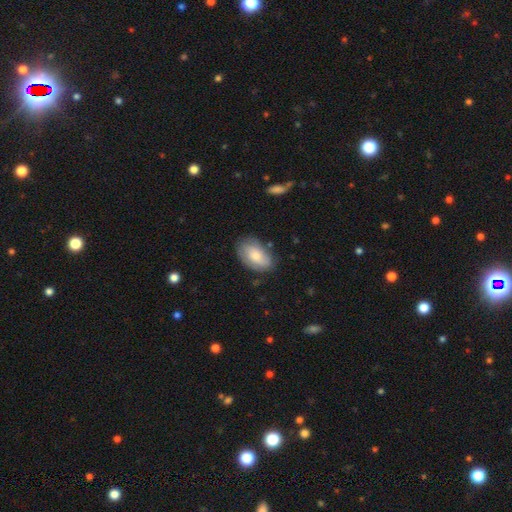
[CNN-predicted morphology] Smooth or featured? smooth (71%)
How rounded? in between (91%)
Merging? none (74%)